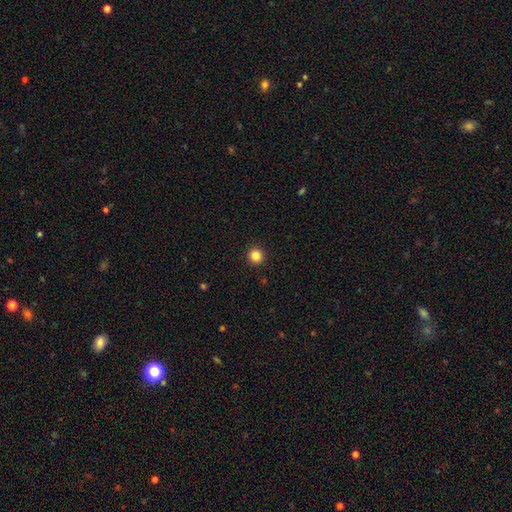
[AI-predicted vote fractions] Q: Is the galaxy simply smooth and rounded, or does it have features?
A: smooth — 84%.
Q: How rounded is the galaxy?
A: round — 95%.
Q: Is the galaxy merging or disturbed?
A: none — 93%.